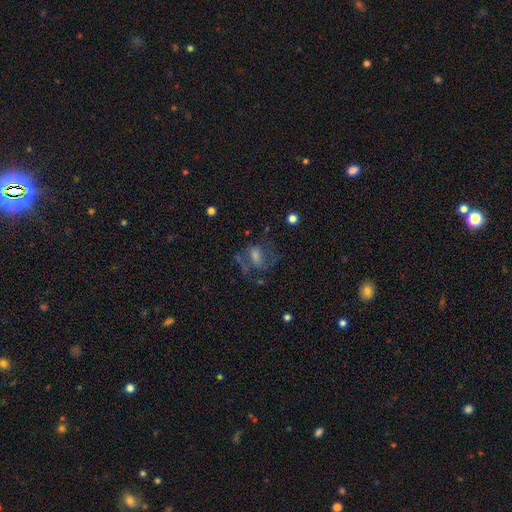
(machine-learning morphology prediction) type=featured or disk (62%); edge-on=no (96%); bar=weak (45%); spiral arms=yes (78%); bulge=moderate (36%); merging=none (50%).